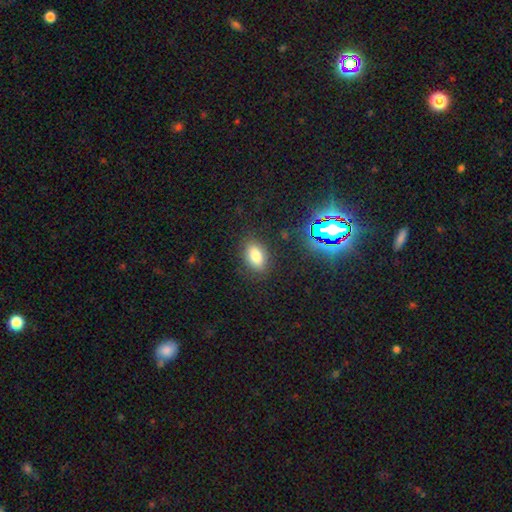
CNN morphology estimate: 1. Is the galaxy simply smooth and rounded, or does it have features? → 79% smooth, 13% star or artifact, 8% featured or disk.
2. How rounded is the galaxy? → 88% in between, 9% round, 3% cigar-shaped.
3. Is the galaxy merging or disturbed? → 85% none, 10% minor disturbance, 3% major disturbance, 1% merger.